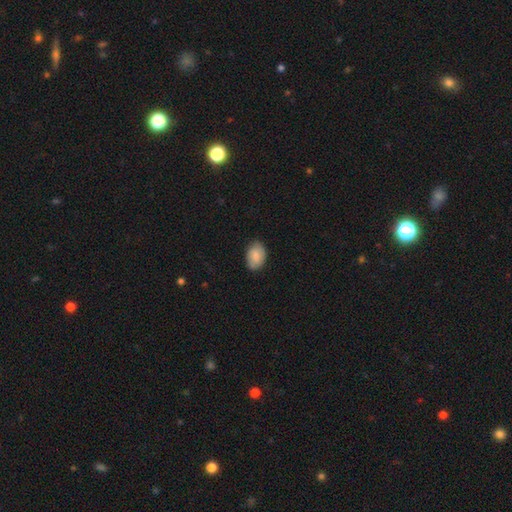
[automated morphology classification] Overall: smooth (83%). How rounded: in between (85%). Merging: none (79%).